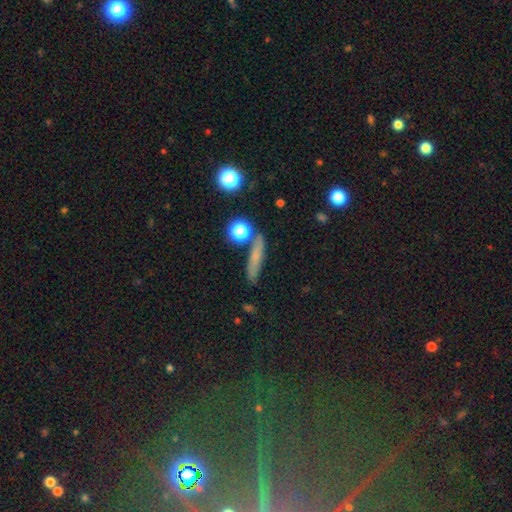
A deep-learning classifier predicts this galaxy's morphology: A smooth galaxy with no disk features (61%) that is cigar-shaped (76%). Merging: none (77%).